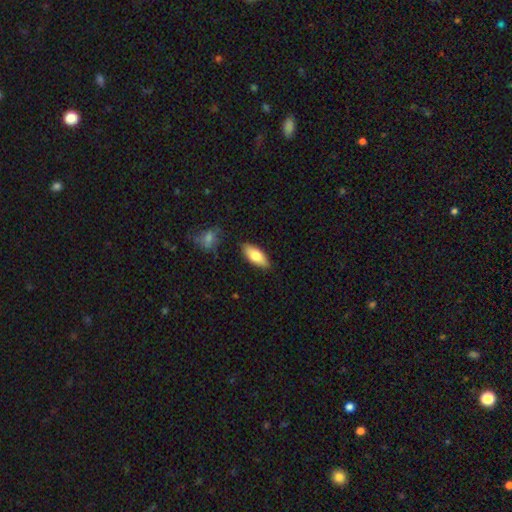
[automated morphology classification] A smooth galaxy with no disk features (77%) that is in between round and cigar-shaped (83%). Merging: none (84%).